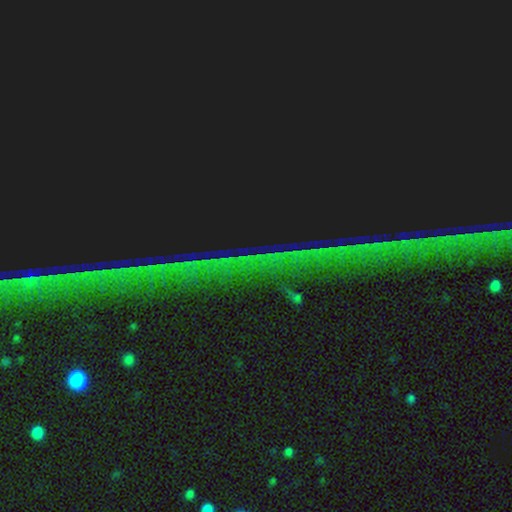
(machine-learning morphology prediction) Smooth or featured? star or artifact (85%)